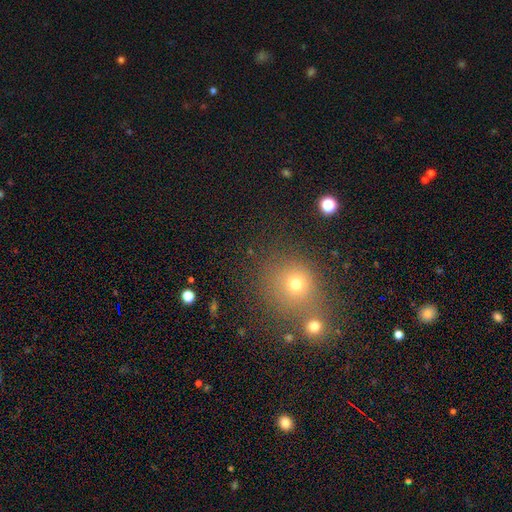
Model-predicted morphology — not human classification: This appears to be a smooth galaxy with no disk features (55%) that is round (86%). Merging: none (70%).